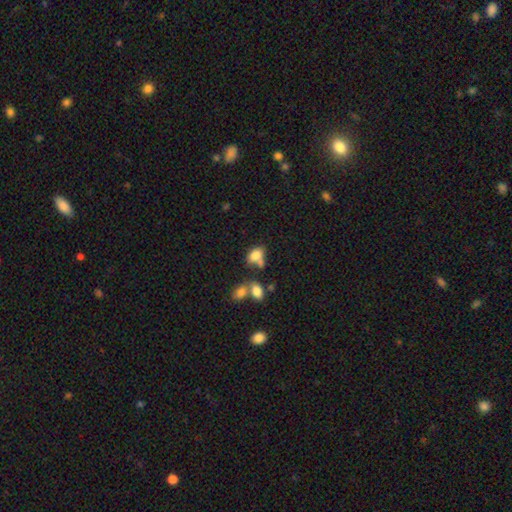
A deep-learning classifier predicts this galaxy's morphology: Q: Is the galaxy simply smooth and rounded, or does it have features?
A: smooth — 79%.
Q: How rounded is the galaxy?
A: in between — 83%.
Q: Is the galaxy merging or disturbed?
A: none — 40%.